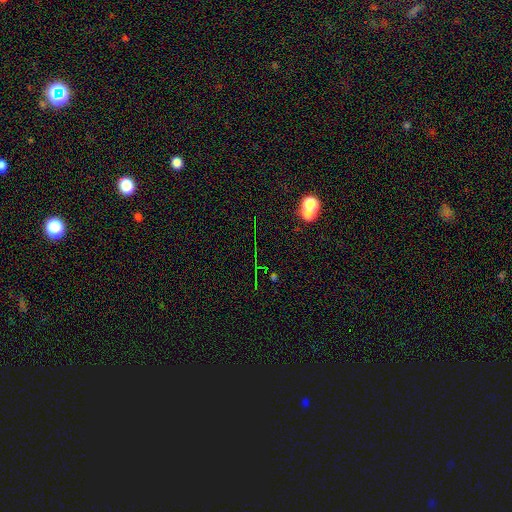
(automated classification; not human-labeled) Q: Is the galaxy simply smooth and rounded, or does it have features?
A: star or artifact — 71%.